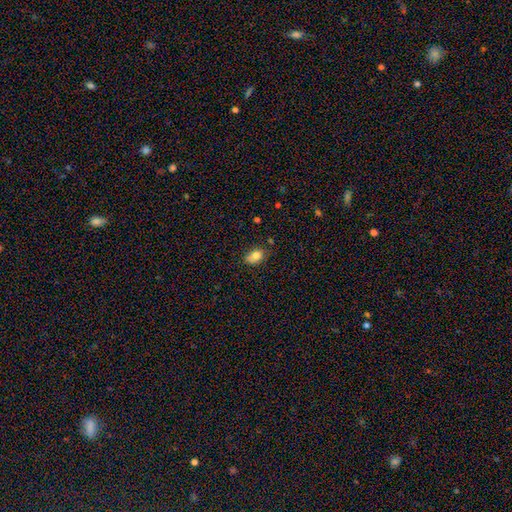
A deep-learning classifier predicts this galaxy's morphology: Smooth or featured?
  - smooth: 80% *
  - featured or disk: 11%
  - star or artifact: 10%
How rounded?
  - in between: 77% *
  - round: 21%
  - cigar-shaped: 2%
Merging?
  - none: 68% *
  - minor disturbance: 24%
  - major disturbance: 5%
  - merger: 4%